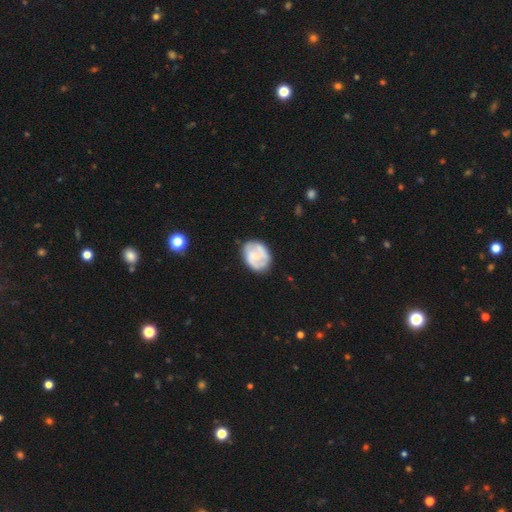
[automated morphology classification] A featured or disk galaxy (58%) with no bar (60%), spiral arms (64%) and a small central bulge (41%). Merging: none (67%).